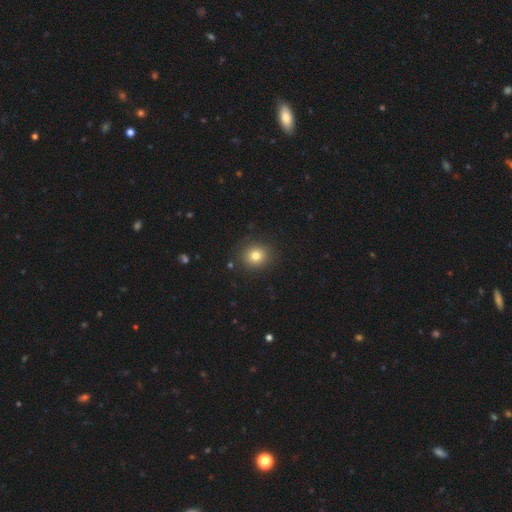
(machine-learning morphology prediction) smooth 79%, star or artifact 13%, featured or disk 8%. Down the decision tree: how rounded — round (83%); merging — none (89%).